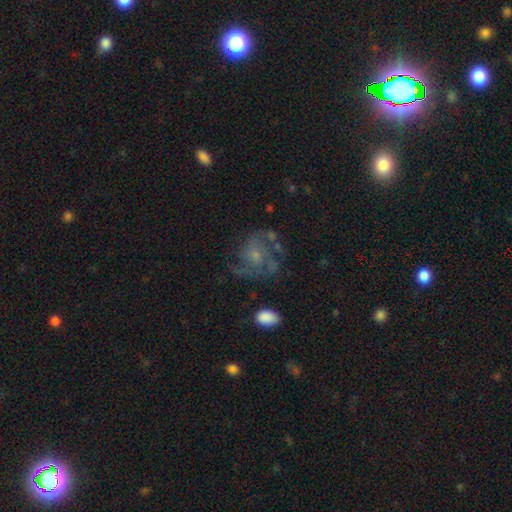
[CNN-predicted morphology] This appears to be a featured or disk galaxy (72%) with no bar (73%), 2 (30%) medium (47%) spiral arms (83%) and a small central bulge (57%). Merging: none (53%).